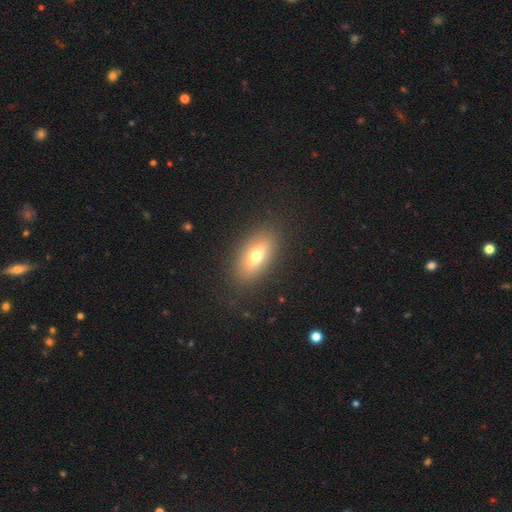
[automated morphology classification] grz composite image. It shows a smooth galaxy with no disk features (65%) that is in between round and cigar-shaped (82%). Merging: none (86%).